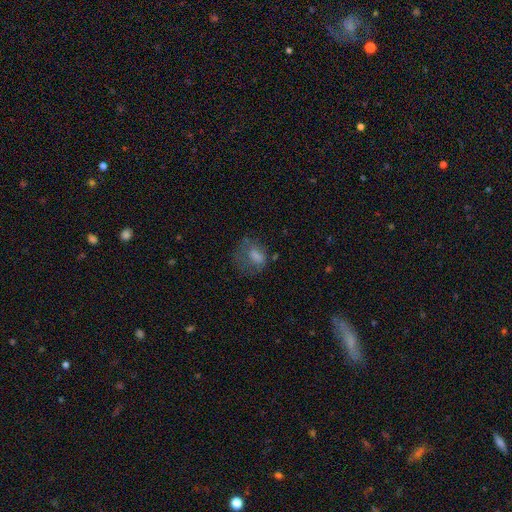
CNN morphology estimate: type=smooth (56%); roundness=in between (56%); merging=none (48%).